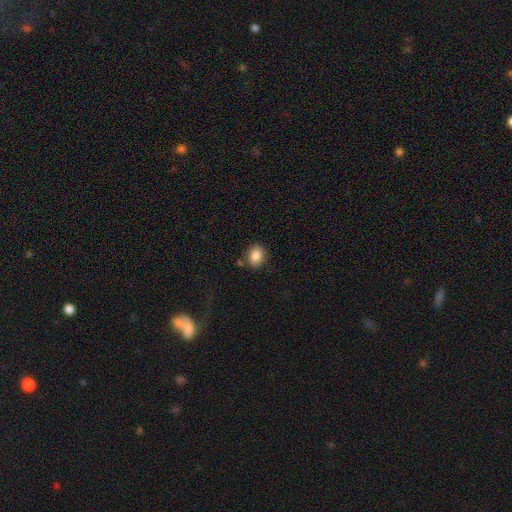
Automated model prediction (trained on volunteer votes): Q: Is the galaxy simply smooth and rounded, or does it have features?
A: smooth — 86%.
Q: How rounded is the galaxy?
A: in between — 58%.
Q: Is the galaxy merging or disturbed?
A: none — 79%.